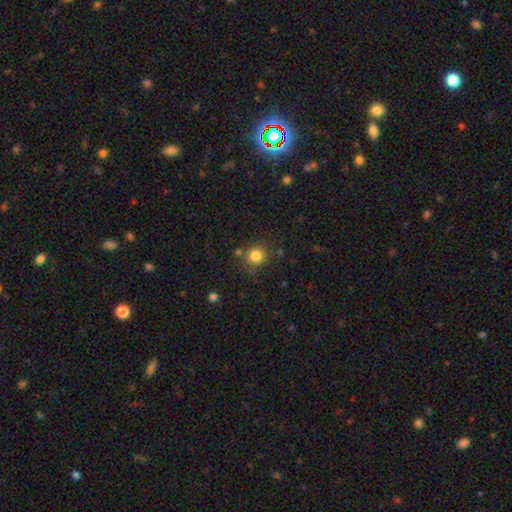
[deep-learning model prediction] smooth 83%, star or artifact 12%, featured or disk 5%. Down the decision tree: how rounded — round (90%); merging — none (78%).